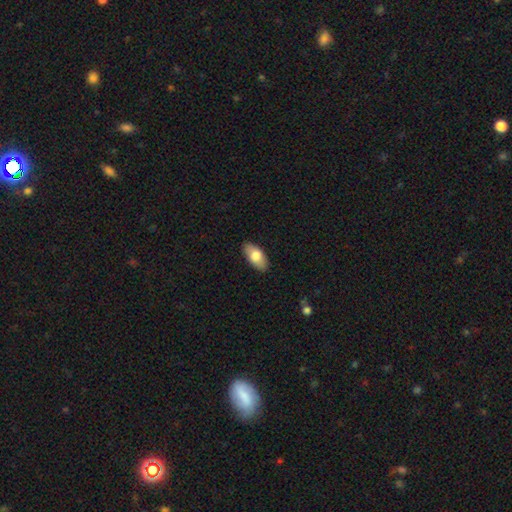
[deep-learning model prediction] A smooth galaxy with no disk features (78%) that is in between round and cigar-shaped (92%).

Vote fractions:
- Smooth or featured? smooth: 78% / featured or disk: 16% / star or artifact: 6%
- How rounded? in between: 92% / cigar-shaped: 6% / round: 3%
- Merging? none: 87% / minor disturbance: 10% / major disturbance: 2% / merger: 1%